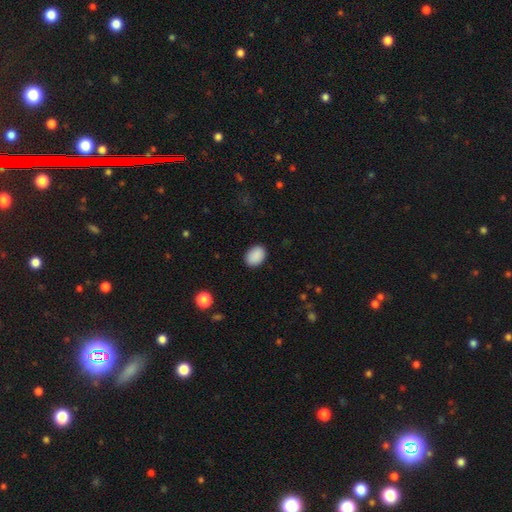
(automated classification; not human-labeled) Smooth or featured?
  - smooth: 90% *
  - star or artifact: 8%
  - featured or disk: 2%
How rounded?
  - in between: 73% *
  - round: 26%
  - cigar-shaped: 1%
Merging?
  - none: 89% *
  - minor disturbance: 8%
  - major disturbance: 2%
  - merger: 1%